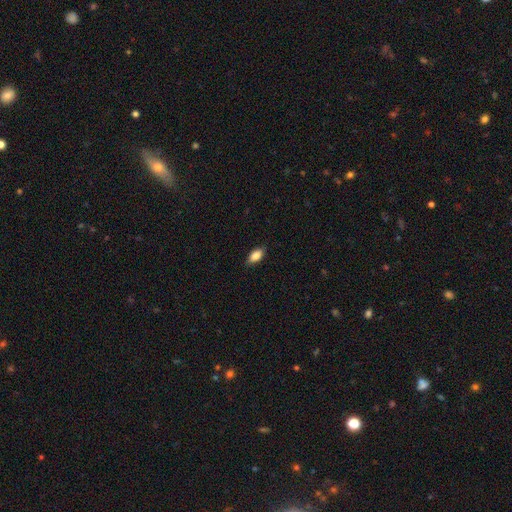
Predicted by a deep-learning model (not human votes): Overall: smooth (85%). How rounded: in between (89%). Merging: none (86%).